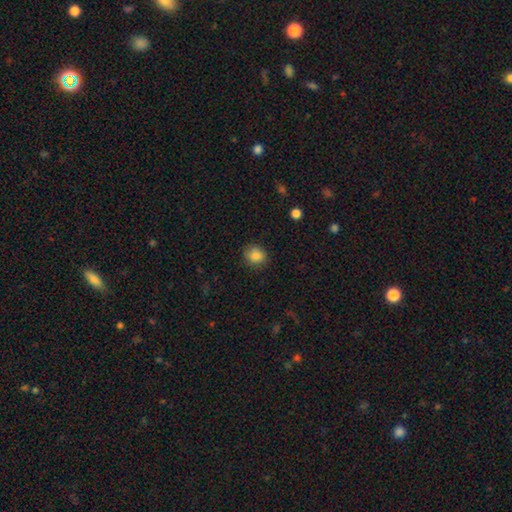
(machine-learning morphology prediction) This appears to be a smooth galaxy with no disk features (85%) that is round (79%). Merging: none (85%).